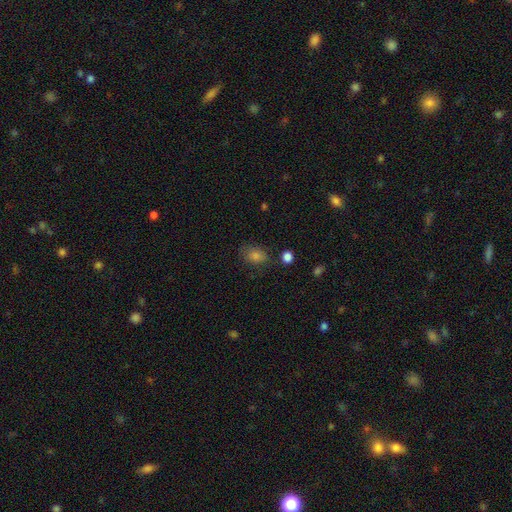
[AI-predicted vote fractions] Smooth or featured? Predicted: smooth (p=0.74). How rounded? Predicted: in between (p=0.70). Merging? Predicted: none (p=0.72).